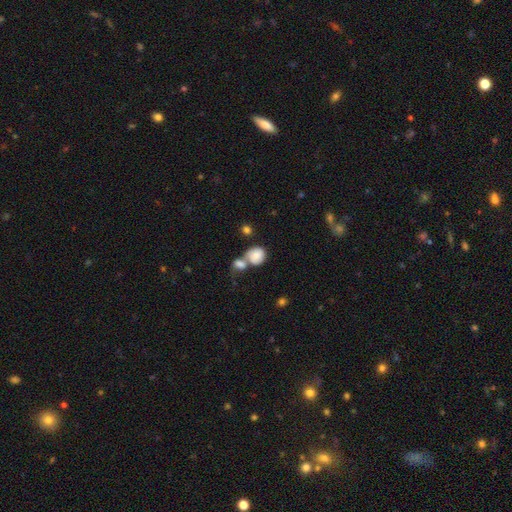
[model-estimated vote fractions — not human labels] Overall: smooth (77%). How rounded: round (77%). Merging: merger (52%; none 31%).